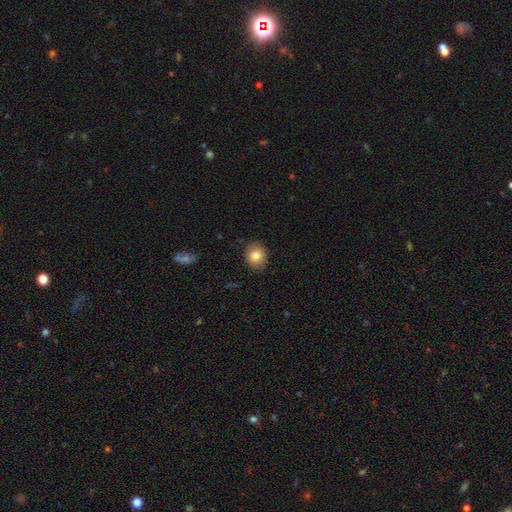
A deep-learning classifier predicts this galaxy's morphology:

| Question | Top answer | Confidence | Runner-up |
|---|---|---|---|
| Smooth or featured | smooth | 83% | star or artifact (9%) |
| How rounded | round | 73% | in between (26%) |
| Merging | none | 86% | minor disturbance (11%) |